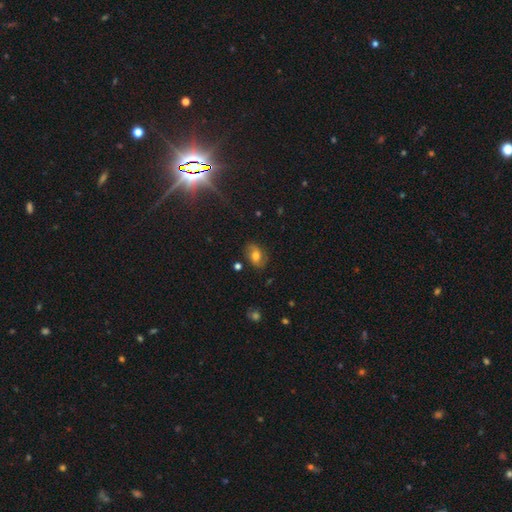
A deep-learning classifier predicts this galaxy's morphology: Overall: smooth (62%; featured or disk 26%). How rounded: in between (80%). Merging: none (77%).